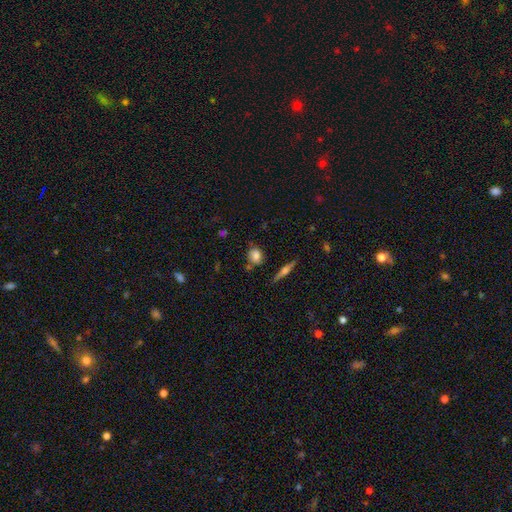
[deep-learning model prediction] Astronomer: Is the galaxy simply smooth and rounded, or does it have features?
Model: smooth — 78%.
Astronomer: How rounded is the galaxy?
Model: round — 52% (runner-up: in between, 44%).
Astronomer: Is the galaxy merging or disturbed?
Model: none — 70%.